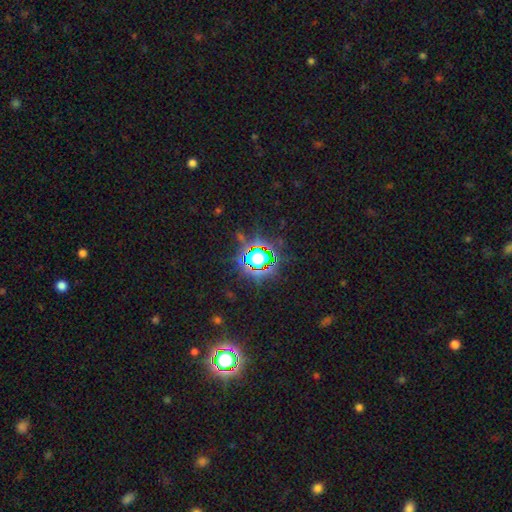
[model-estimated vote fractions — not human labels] The model was most divided on "smooth or featured": star or artifact: 74%, smooth: 15%, featured or disk: 10%.